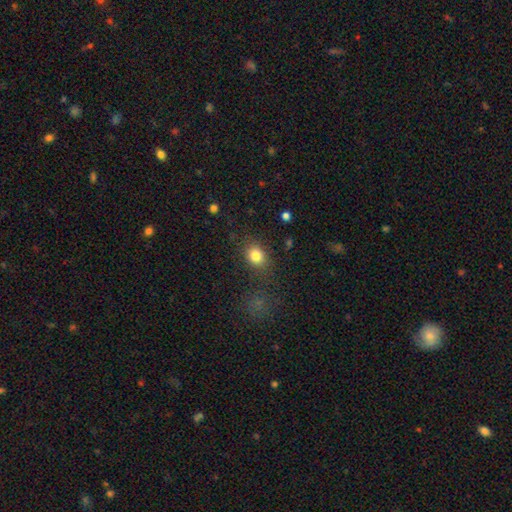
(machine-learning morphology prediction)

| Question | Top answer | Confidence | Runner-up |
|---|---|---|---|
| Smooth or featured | smooth | 82% | star or artifact (11%) |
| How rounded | round | 52% | in between (46%) |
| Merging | none | 77% | minor disturbance (13%) |